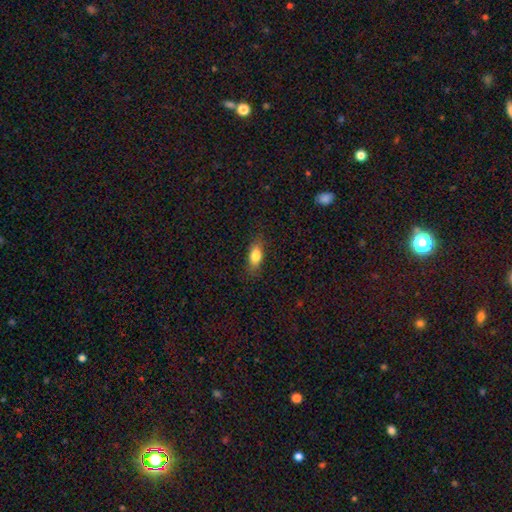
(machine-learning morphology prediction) smooth 80%, featured or disk 12%, star or artifact 8%. Down the decision tree: how rounded — in between (78%); merging — none (81%).